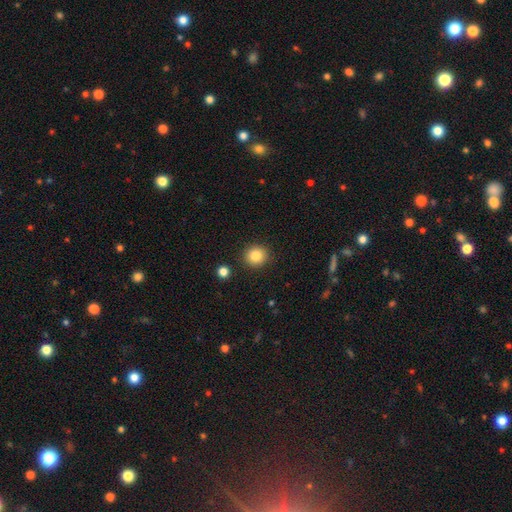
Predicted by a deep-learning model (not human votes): smooth_or_featured: smooth (p=0.84) [alt: star or artifact p=0.10]
how_rounded: round (p=0.89) [alt: in between p=0.10]
merging: none (p=0.90) [alt: minor disturbance p=0.06]